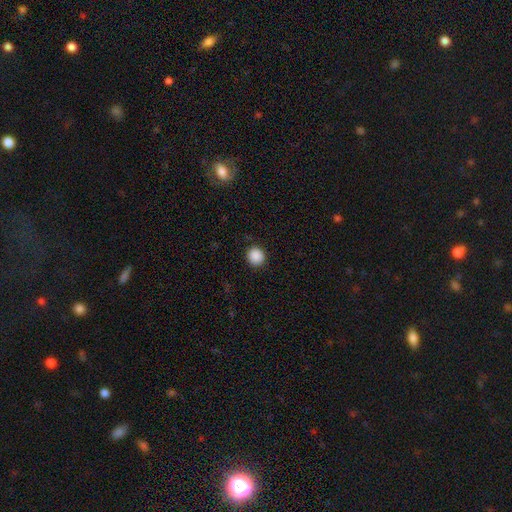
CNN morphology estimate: Smooth or featured? smooth (89%)
How rounded? round (90%)
Merging? none (90%)